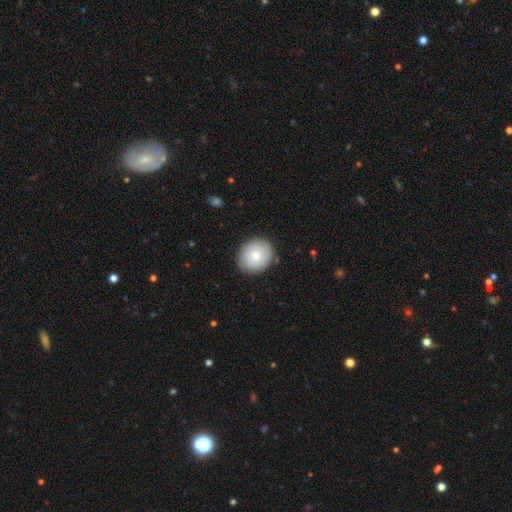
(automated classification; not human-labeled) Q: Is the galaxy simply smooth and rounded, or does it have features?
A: smooth — 76%.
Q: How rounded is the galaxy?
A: round — 73%.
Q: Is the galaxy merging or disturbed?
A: none — 87%.